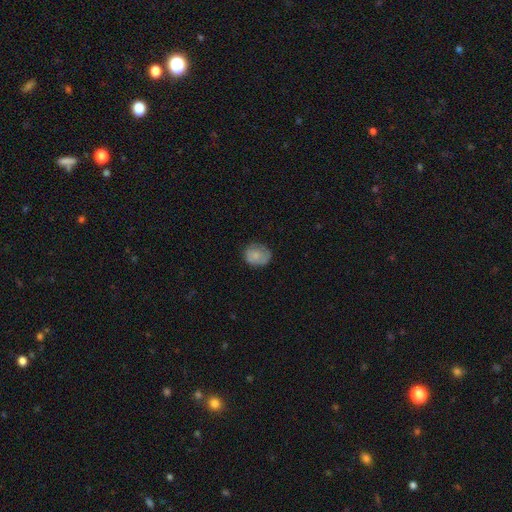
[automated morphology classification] smooth-or-featured: smooth: 75% | featured or disk: 17% | star or artifact: 8%
  how-rounded: round: 68% | in between: 31% | cigar-shaped: 1%
  merging: none: 71% | minor disturbance: 22% | major disturbance: 6% | merger: 1%